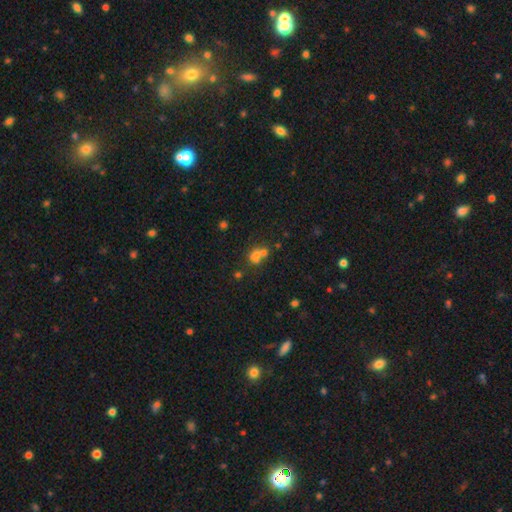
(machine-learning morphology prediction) type=smooth (61%); roundness=round (63%); merging=merger (56%).